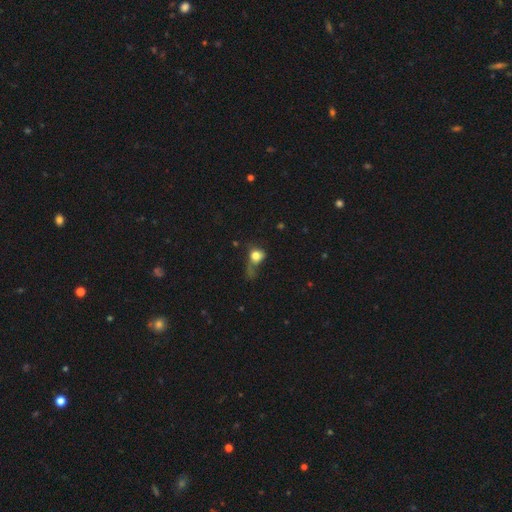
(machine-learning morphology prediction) This appears to be a smooth galaxy with no disk features (73%) that is round (66%). Merging: major disturbance (46%).